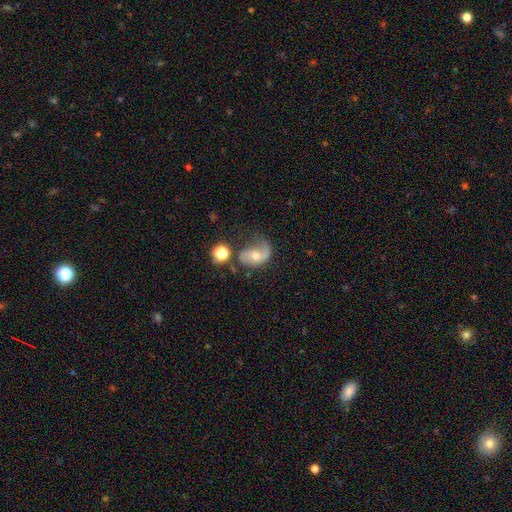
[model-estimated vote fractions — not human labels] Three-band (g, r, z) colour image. It shows a featured or disk galaxy (71%) with no bar (60%), 2 (64%) loose (58%) spiral arms (88%) and a moderate central bulge (63%). Merging: none (45%).